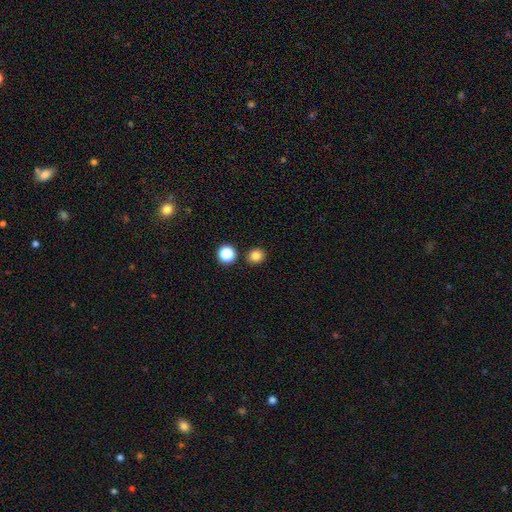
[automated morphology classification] A smooth galaxy with no disk features (83%) that is round (83%). Merging: none (87%).